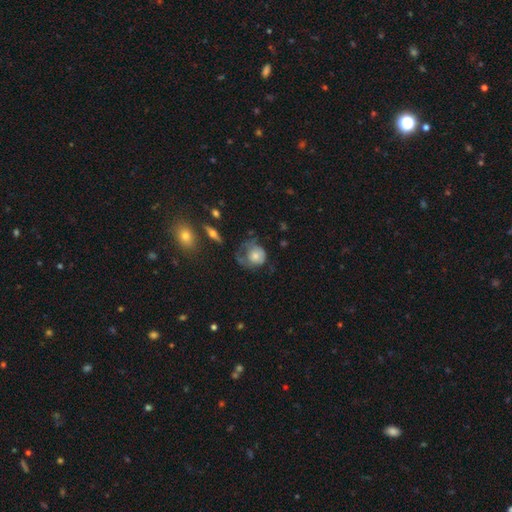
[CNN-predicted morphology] This is possibly a smooth galaxy (54%). How rounded: likely round (71%). Merging: marginally major disturbance (38%).